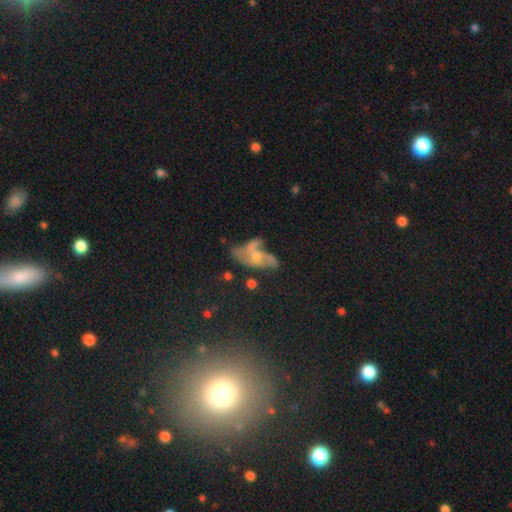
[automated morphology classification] Smooth or featured? featured or disk (58%)
Edge-on disk? no (94%)
Bar? no (75%)
Spiral arms? yes (64%)
Bulge size? small (45%)
Merging? major disturbance (34%)